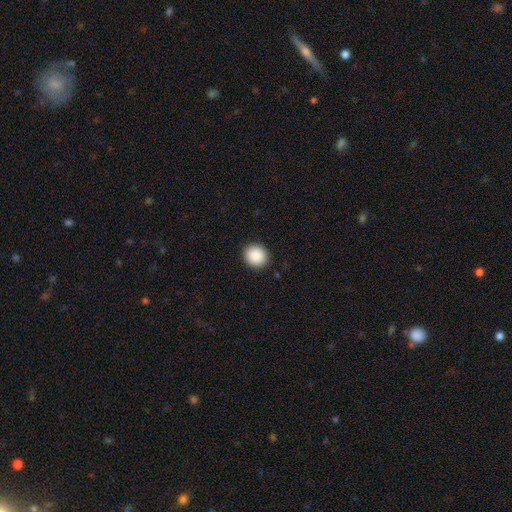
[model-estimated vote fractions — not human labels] smooth_or_featured: smooth (p=0.89) [alt: star or artifact p=0.08]
how_rounded: round (p=0.85) [alt: in between p=0.14]
merging: none (p=0.91) [alt: minor disturbance p=0.06]